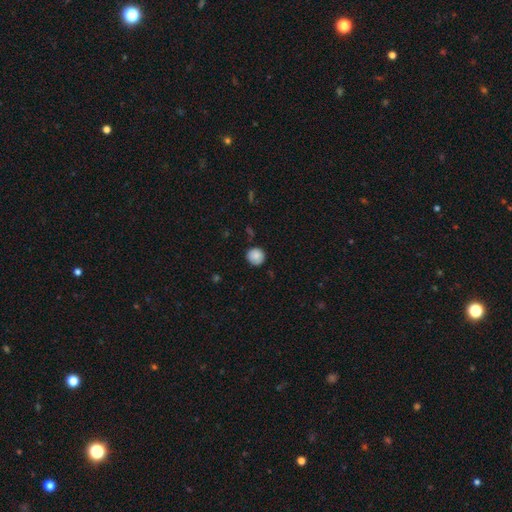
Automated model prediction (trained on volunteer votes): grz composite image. It shows a smooth galaxy with no disk features (85%) that is round (90%). Merging: none (82%).